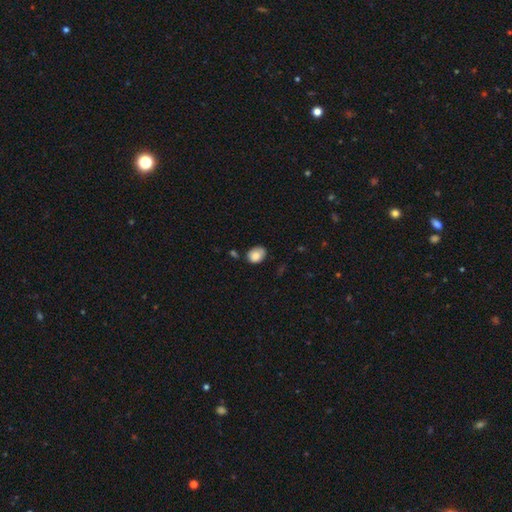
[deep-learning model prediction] The model was most divided on "how rounded": in between: 62%, round: 37%, cigar-shaped: 1%. More confident: smooth or featured — smooth (81%); merging — none (67%).